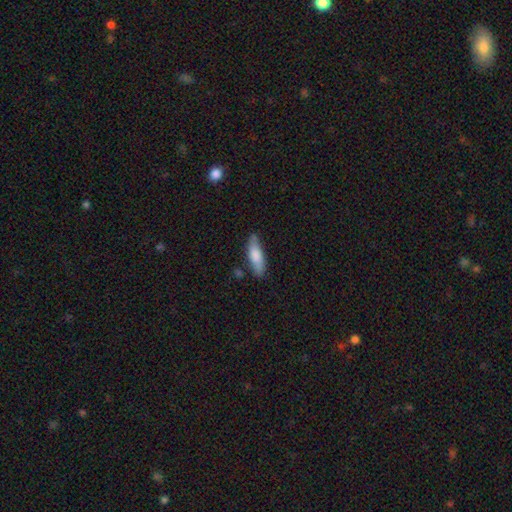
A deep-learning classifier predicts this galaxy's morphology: smooth-or-featured: smooth: 78% | featured or disk: 17% | star or artifact: 6%
  how-rounded: cigar-shaped: 52% | in between: 46% | round: 2%
  merging: none: 76% | minor disturbance: 17% | merger: 4% | major disturbance: 3%